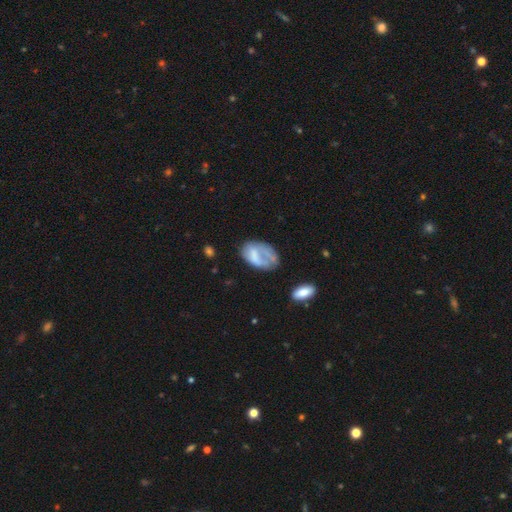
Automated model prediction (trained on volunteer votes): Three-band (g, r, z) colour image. It shows a smooth galaxy with no disk features (54%) that is in between round and cigar-shaped (88%). Merging: none (35%).